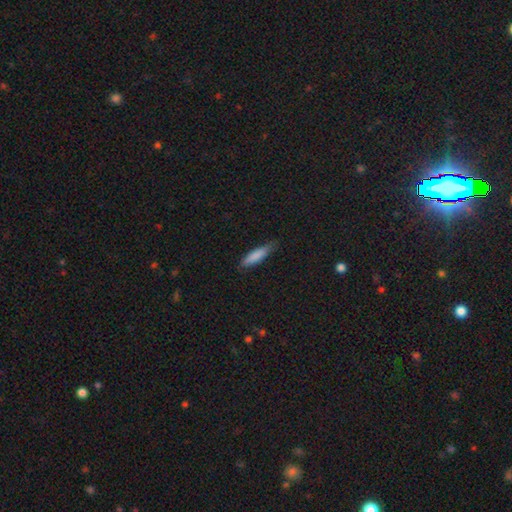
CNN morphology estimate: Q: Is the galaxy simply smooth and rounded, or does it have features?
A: smooth — 84%.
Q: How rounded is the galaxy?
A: cigar-shaped — 72%.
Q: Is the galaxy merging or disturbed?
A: none — 76%.